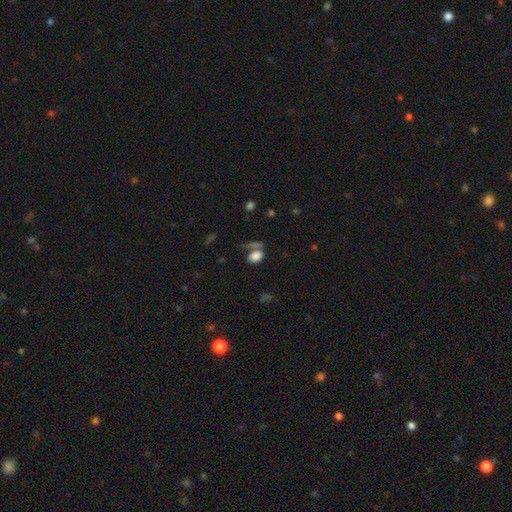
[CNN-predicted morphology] This appears to be a smooth galaxy with no disk features (81%) that is in between round and cigar-shaped (79%). Merging: none (52%).